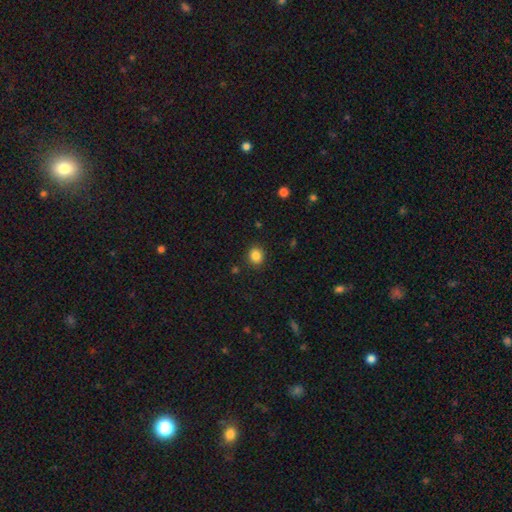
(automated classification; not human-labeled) The model was most divided on "how rounded": round: 75%, in between: 24%, cigar-shaped: 1%. More confident: merging — none (89%); smooth or featured — smooth (85%).